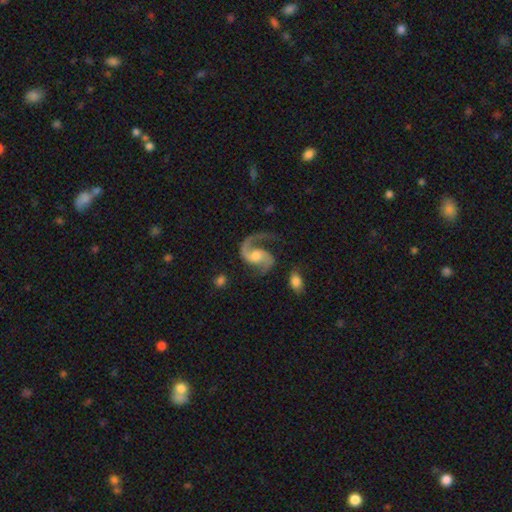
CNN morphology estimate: Smooth or featured?
  - featured or disk: 92% *
  - smooth: 4%
  - star or artifact: 4%
Edge-on disk?
  - no: 98% *
  - yes: 2%
Bar?
  - no: 51% *
  - weak: 38%
  - strong: 11%
Spiral arms?
  - yes: 98% *
  - no: 2%
Spiral winding?
  - medium: 54% *
  - loose: 37%
  - tight: 10%
Spiral arm count?
  - 2: 86% *
  - 1: 9%
  - can't tell: 1%
  - 3: 1%
  - 4: 1%
  - more than 4: 1%
Bulge size?
  - moderate: 55% *
  - small: 24%
  - large: 12%
  - none: 8%
  - dominant: 2%
Merging?
  - none: 66% *
  - minor disturbance: 16%
  - major disturbance: 15%
  - merger: 3%